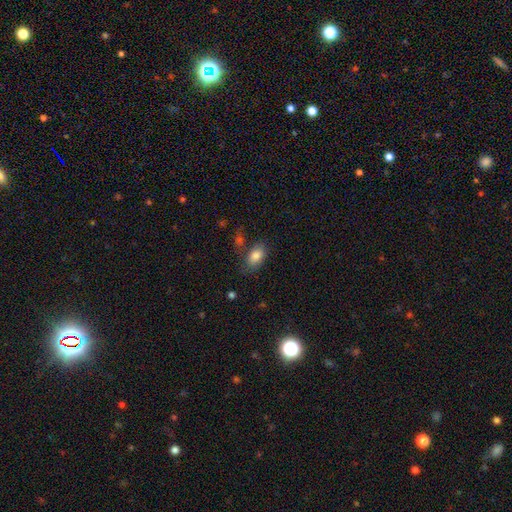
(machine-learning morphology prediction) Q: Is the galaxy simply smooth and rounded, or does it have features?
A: smooth — 82%.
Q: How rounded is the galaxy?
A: in between — 91%.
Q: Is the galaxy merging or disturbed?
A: none — 66%.